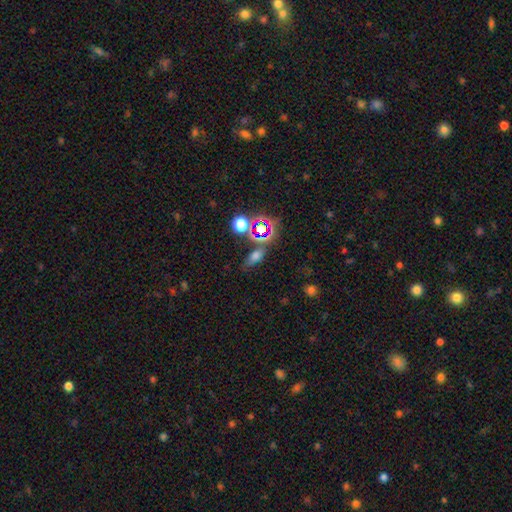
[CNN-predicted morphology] type=smooth (56%); roundness=in between (66%); merging=none (67%).